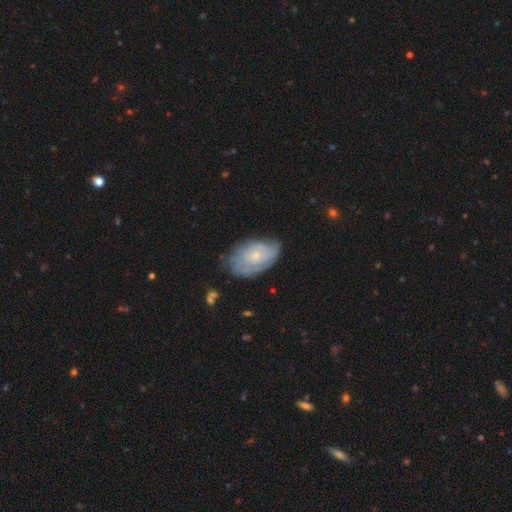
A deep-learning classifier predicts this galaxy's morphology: Smooth or featured? Predicted: featured or disk (p=0.56). Edge-on disk? Predicted: no (p=0.95). Bar? Predicted: no (p=0.82). Spiral arms? Predicted: yes (p=0.73). Bulge size? Predicted: small (p=0.69). Merging? Predicted: none (p=0.63).